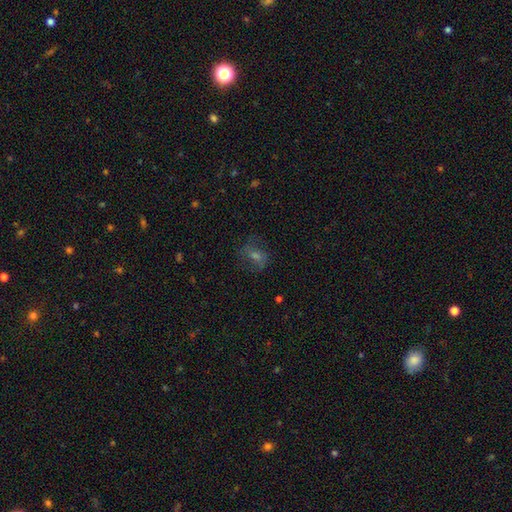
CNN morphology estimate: This is marginally a smooth galaxy (38%). Merging: likely none (72%).